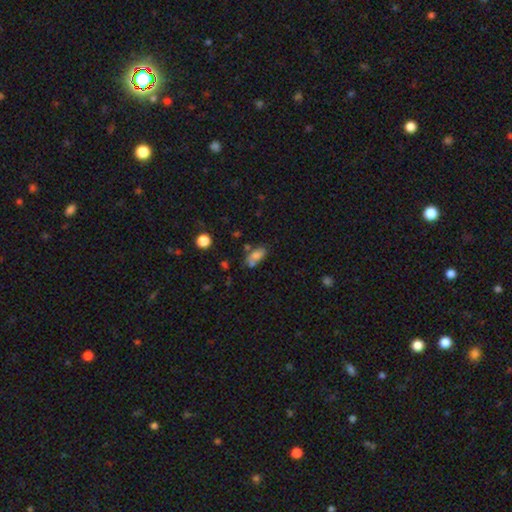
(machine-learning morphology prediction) smooth 74%, featured or disk 15%, star or artifact 11%. Down the decision tree: how rounded — in between (86%); merging — none (50%).